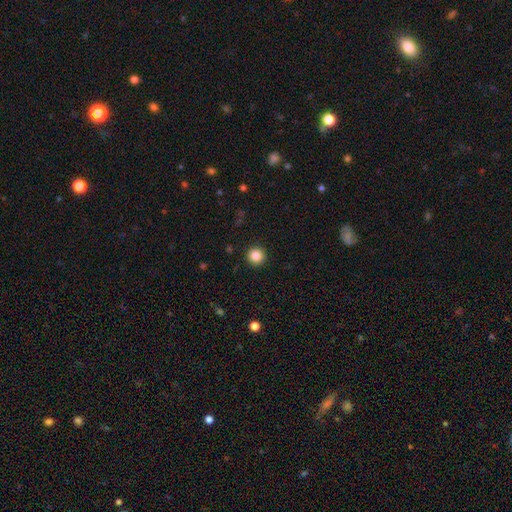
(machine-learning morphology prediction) type=smooth (86%); roundness=round (96%); merging=none (93%).